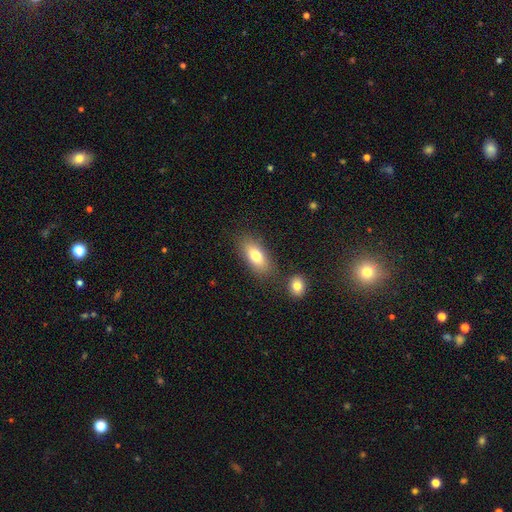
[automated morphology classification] Smooth or featured? smooth (76%)
How rounded? in between (84%)
Merging? none (77%)